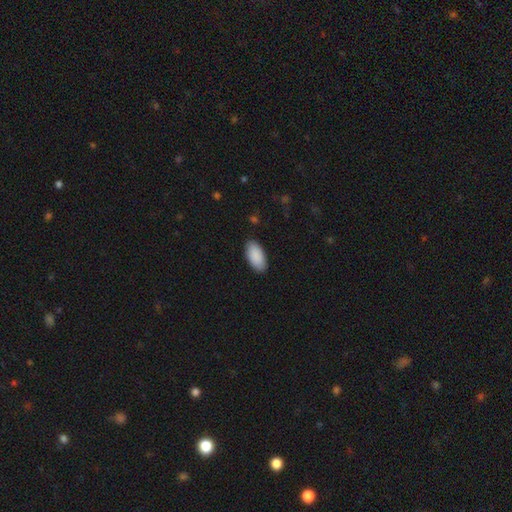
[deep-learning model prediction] Overall: smooth (91%). How rounded: in between (95%). Merging: none (88%).